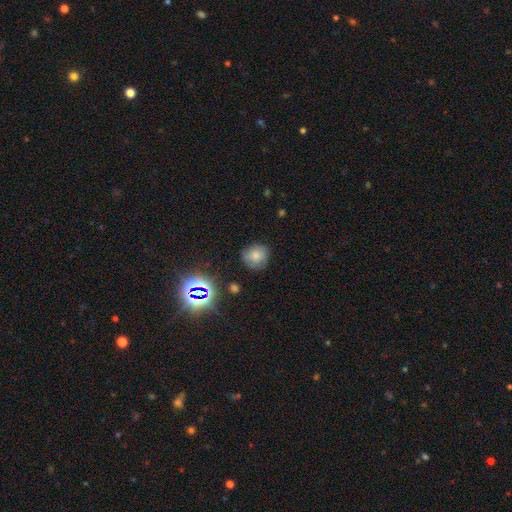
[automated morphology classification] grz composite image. It shows a smooth galaxy with no disk features (71%) that is round (86%). Merging: none (78%).